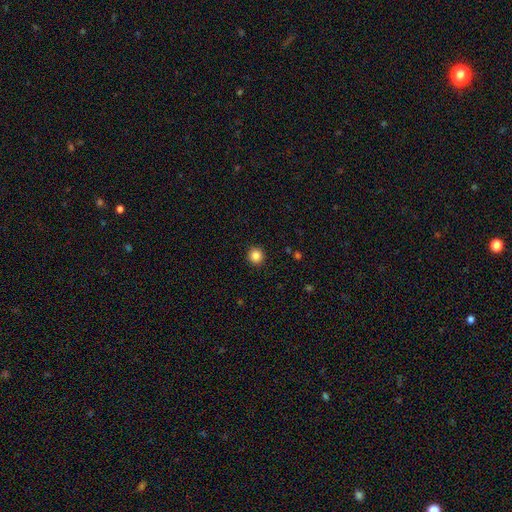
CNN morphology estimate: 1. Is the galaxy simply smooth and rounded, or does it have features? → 85% smooth, 11% star or artifact, 4% featured or disk.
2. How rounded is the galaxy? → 95% round, 4% in between, 1% cigar-shaped.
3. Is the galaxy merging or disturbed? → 93% none, 5% minor disturbance, 2% major disturbance, 1% merger.